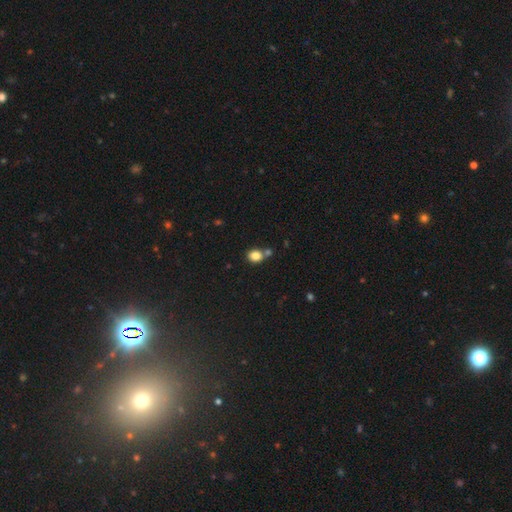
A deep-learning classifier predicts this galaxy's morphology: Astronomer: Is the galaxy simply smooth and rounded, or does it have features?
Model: smooth — 84%.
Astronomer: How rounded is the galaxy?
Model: round — 63%.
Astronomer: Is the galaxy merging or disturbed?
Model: none — 58%.